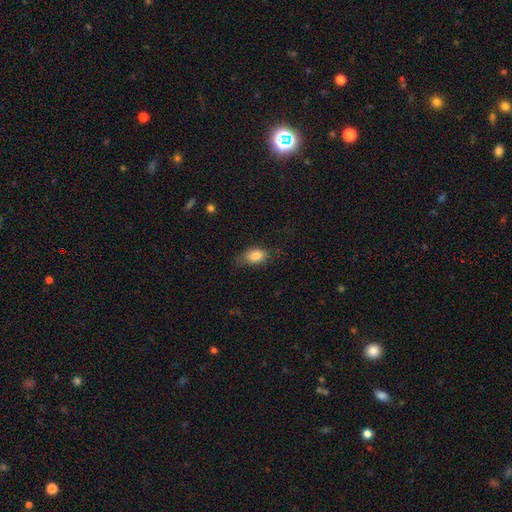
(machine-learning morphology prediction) smooth-or-featured: smooth: 83% | featured or disk: 9% | star or artifact: 8%
  how-rounded: in between: 84% | round: 14% | cigar-shaped: 3%
  merging: none: 60% | minor disturbance: 26% | major disturbance: 12% | merger: 1%